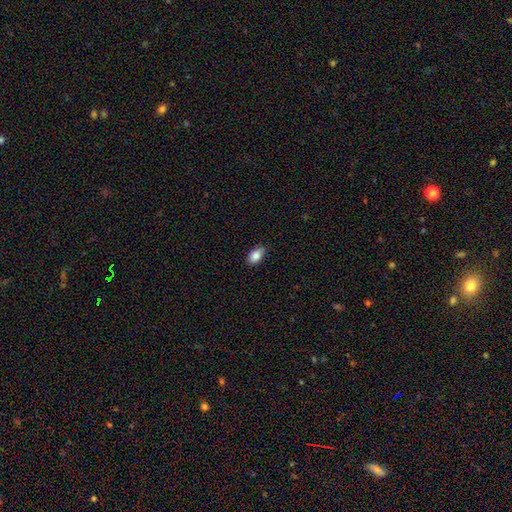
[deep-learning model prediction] The model was most divided on "merging": none: 81%, minor disturbance: 16%, major disturbance: 2%, merger: 1%. More confident: how rounded — in between (90%); smooth or featured — smooth (87%).